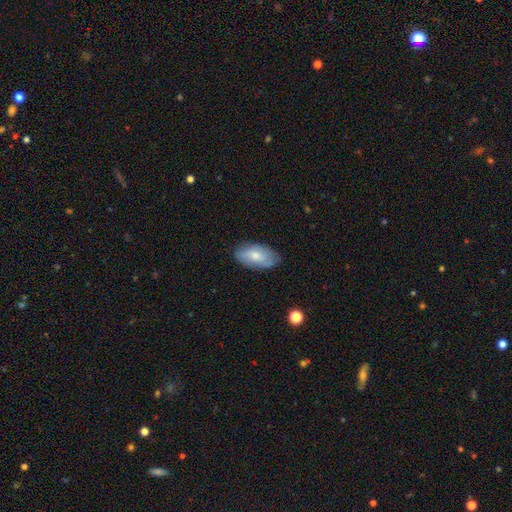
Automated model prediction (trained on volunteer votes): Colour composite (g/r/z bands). It shows a smooth galaxy with no disk features (66%) that is in between round and cigar-shaped (93%). Merging: none (72%).